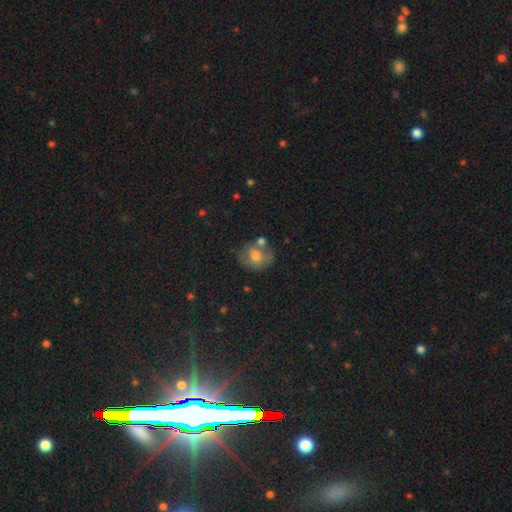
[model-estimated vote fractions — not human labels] smooth_or_featured: smooth (p=0.64) [alt: featured or disk p=0.26]
how_rounded: round (p=0.69) [alt: in between p=0.30]
merging: none (p=0.60) [alt: minor disturbance p=0.19]